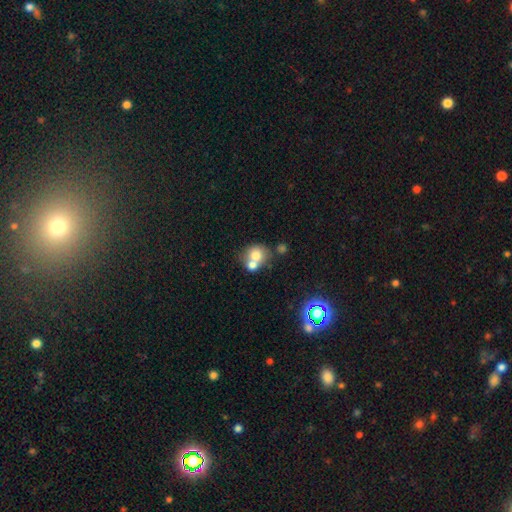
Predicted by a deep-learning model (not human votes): This appears to be a smooth galaxy with no disk features (71%) that is round (72%). Merging: merger (55%).